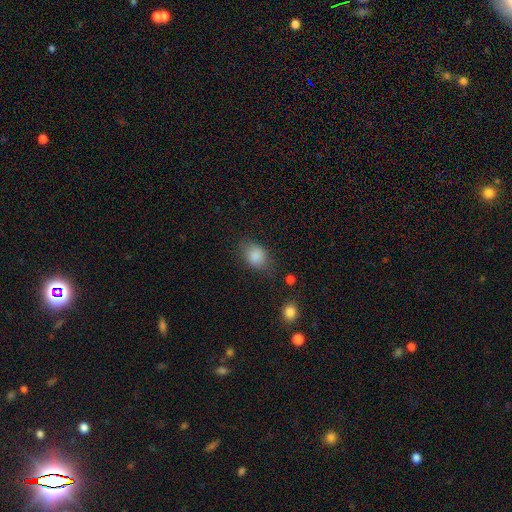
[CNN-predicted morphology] This is clearly a smooth galaxy (85%). How rounded: likely in between (64%). Merging: likely none (70%).